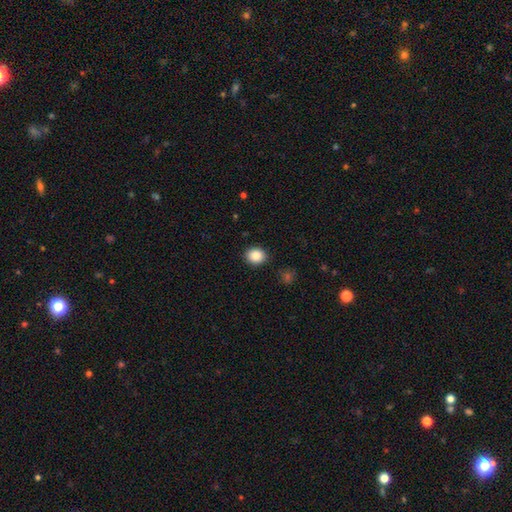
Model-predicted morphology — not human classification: The model was most divided on "how rounded": round: 72%, in between: 27%, cigar-shaped: 1%. More confident: merging — none (90%); smooth or featured — smooth (86%).